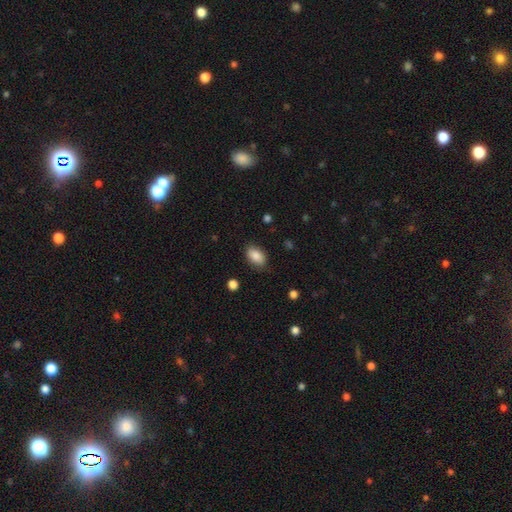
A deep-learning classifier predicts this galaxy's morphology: Overall: smooth (86%). How rounded: in between (90%). Merging: none (82%).